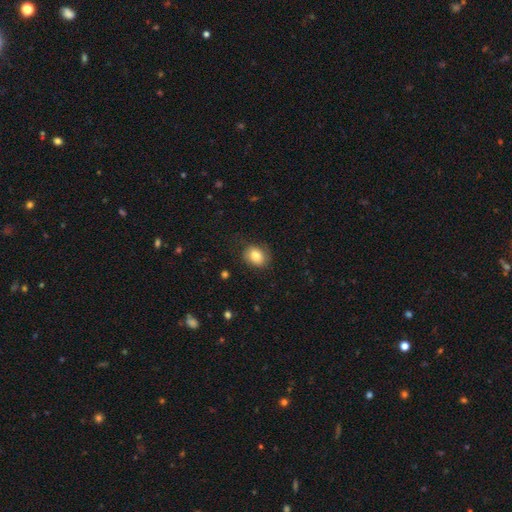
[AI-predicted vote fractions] A smooth galaxy with no disk features (81%) that is in between round and cigar-shaped (56%). Merging: none (72%).